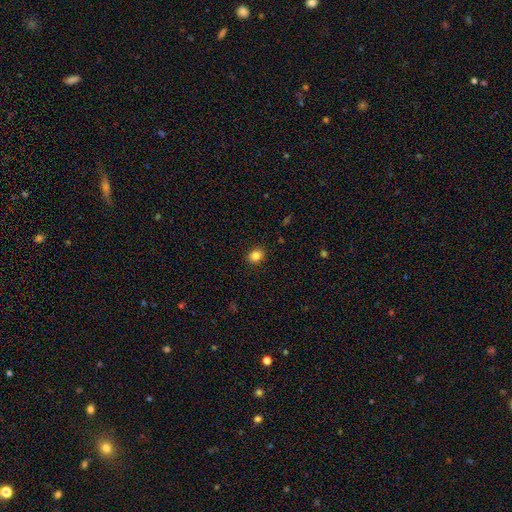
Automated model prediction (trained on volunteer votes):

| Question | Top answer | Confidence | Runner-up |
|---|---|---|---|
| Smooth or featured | smooth | 84% | star or artifact (11%) |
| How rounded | round | 54% | in between (45%) |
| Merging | none | 90% | minor disturbance (7%) |